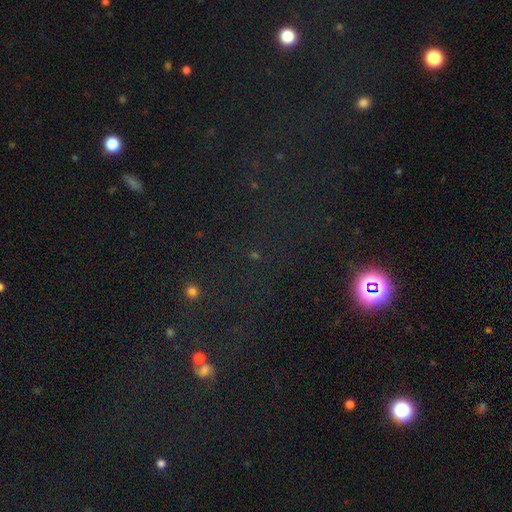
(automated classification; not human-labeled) smooth_or_featured: star or artifact (p=0.73) [alt: smooth p=0.19]